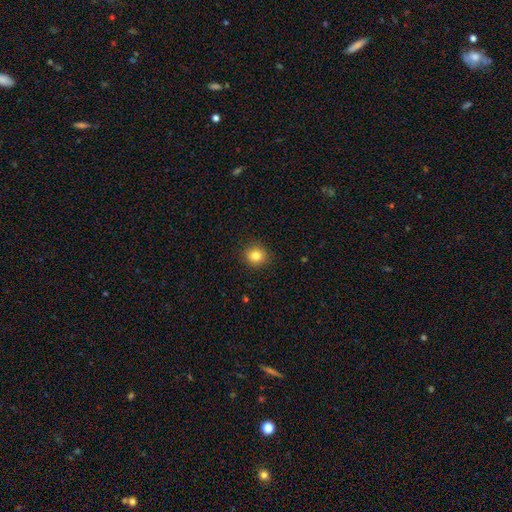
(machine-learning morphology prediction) Smooth or featured? smooth (83%)
How rounded? round (85%)
Merging? none (91%)